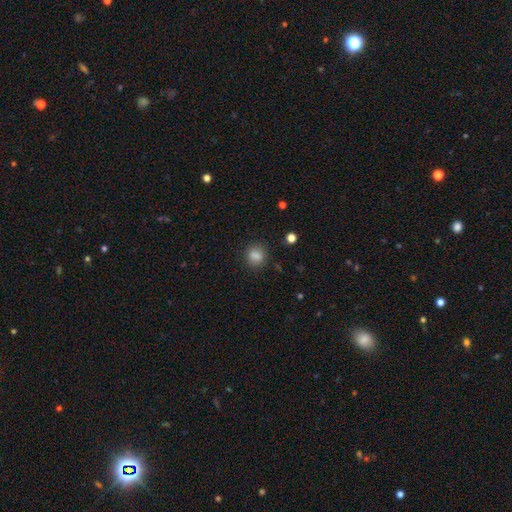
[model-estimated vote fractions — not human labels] Smooth or featured? smooth (85%)
How rounded? round (68%)
Merging? none (83%)